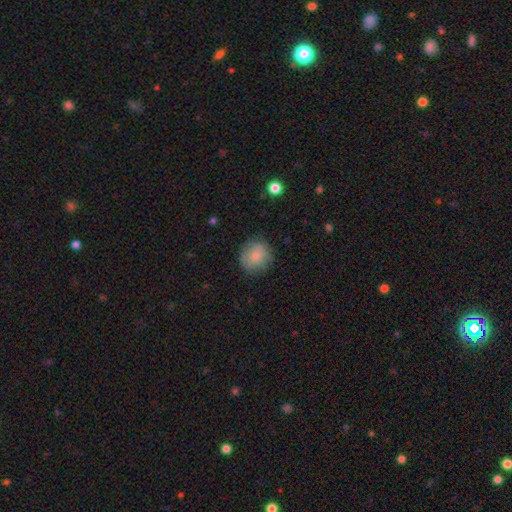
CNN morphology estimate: Smooth or featured?
  - smooth: 78% *
  - featured or disk: 15%
  - star or artifact: 8%
How rounded?
  - round: 86% *
  - in between: 13%
  - cigar-shaped: 1%
Merging?
  - none: 77% *
  - minor disturbance: 17%
  - major disturbance: 5%
  - merger: 1%